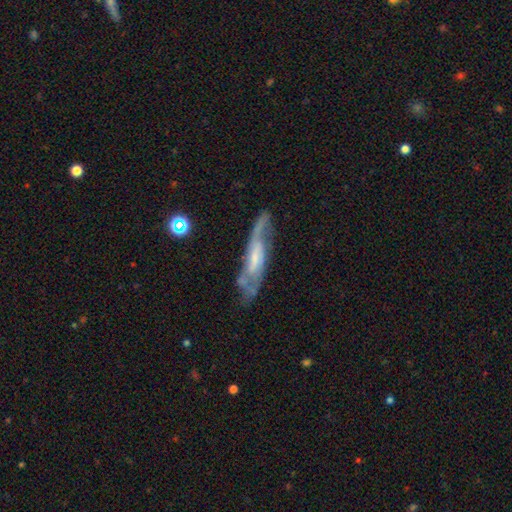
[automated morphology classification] This is likely a featured or disk galaxy (75%). It is likely not viewed edge-on (68%). Bar: marginally weak (42%). Spiral arm pattern: clearly yes (86%). Central bulge: possibly small (47%). Merging: likely none (61%).